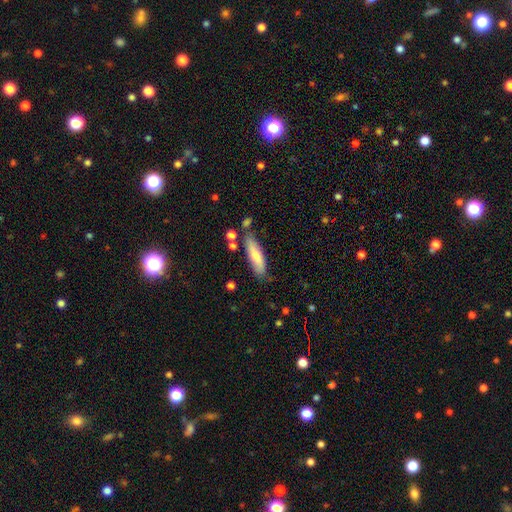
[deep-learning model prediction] Overall: smooth (70%). How rounded: cigar-shaped (62%; in between 36%). Merging: none (72%).